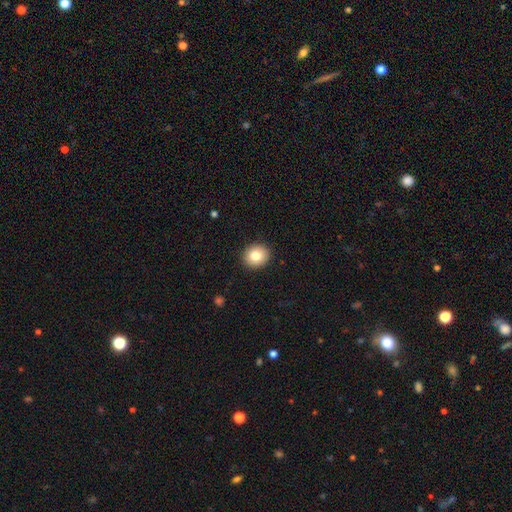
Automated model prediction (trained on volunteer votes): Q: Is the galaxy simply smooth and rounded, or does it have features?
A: smooth — 82%.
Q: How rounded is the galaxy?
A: round — 75%.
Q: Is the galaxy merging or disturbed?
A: none — 91%.